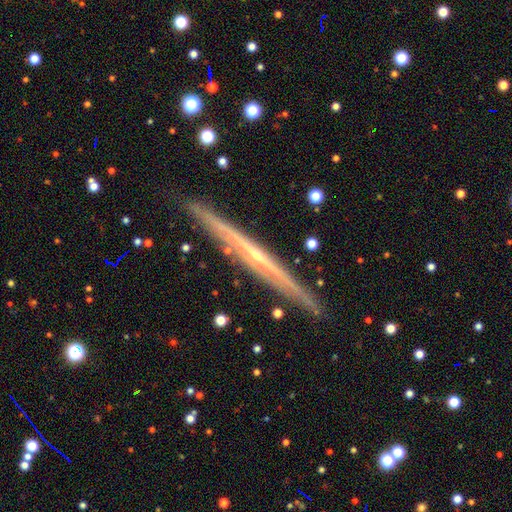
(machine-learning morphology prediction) featured or disk 82%, smooth 12%, star or artifact 6%. Down the decision tree: edge-on disk — yes (97%); edge-on bulge — rounded (57%); merging — none (89%).